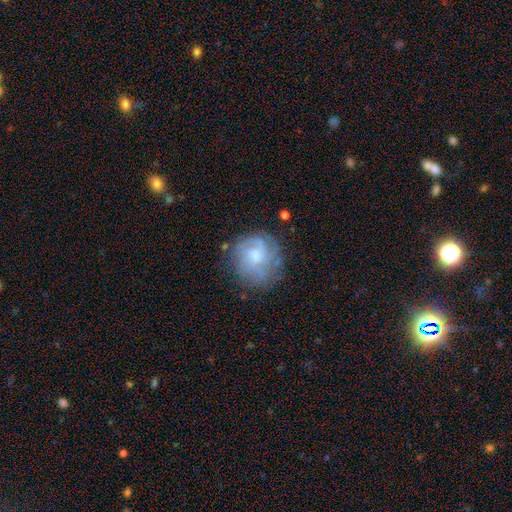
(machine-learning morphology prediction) Smooth or featured: featured or disk — 60% (smooth — 31%)
Edge-on disk: no — 98% (yes — 2%)
Bar: no — 54% (weak — 40%)
Spiral arms: yes — 71% (no — 29%)
Bulge size: moderate — 40% (small — 34%)
Merging: none — 63% (minor disturbance — 20%)